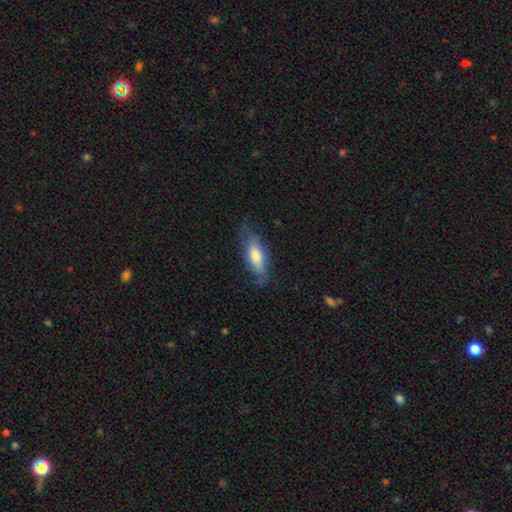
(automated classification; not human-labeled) Morphology: type=smooth (64%); roundness=in between (66%); merging=none (67%).